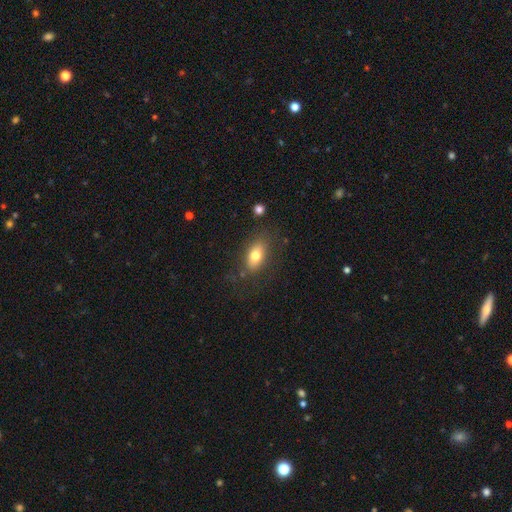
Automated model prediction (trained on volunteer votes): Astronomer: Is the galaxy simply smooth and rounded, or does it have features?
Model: smooth — 74%.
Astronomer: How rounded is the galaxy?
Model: in between — 84%.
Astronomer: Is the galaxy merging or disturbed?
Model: none — 78%.